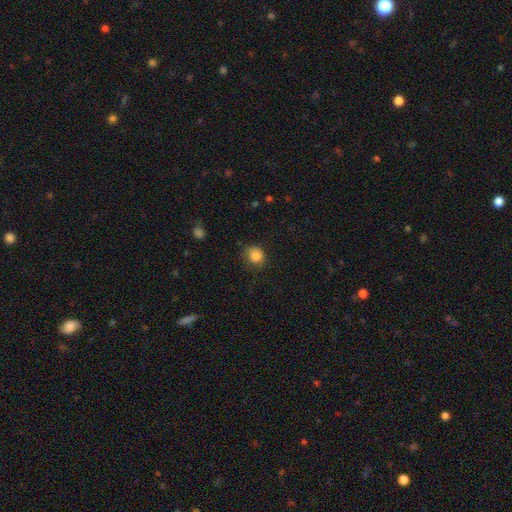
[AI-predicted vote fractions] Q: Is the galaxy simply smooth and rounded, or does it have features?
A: smooth — 84%.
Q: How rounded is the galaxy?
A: round — 80%.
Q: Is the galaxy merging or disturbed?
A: none — 72%.